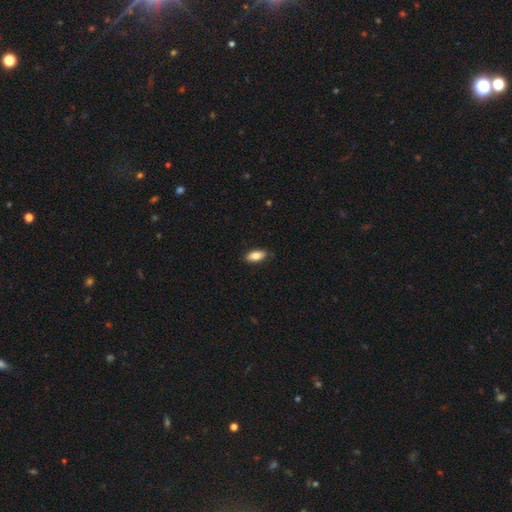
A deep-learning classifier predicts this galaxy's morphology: The model was most divided on "merging": none: 83%, minor disturbance: 14%, major disturbance: 2%, merger: 1%. More confident: how rounded — in between (89%); smooth or featured — smooth (84%).